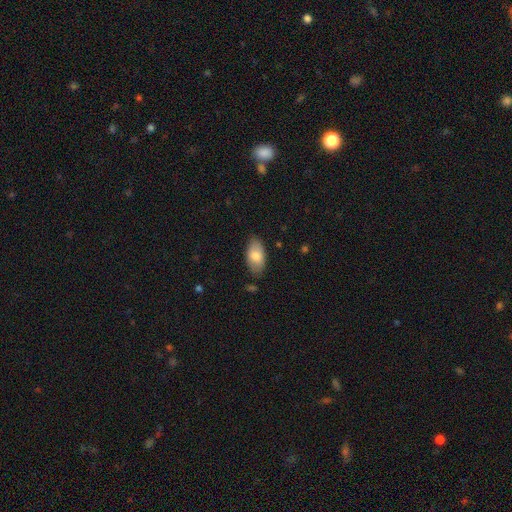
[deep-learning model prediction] Smooth or featured? Predicted: smooth (p=0.80). How rounded? Predicted: in between (p=0.94). Merging? Predicted: none (p=0.83).